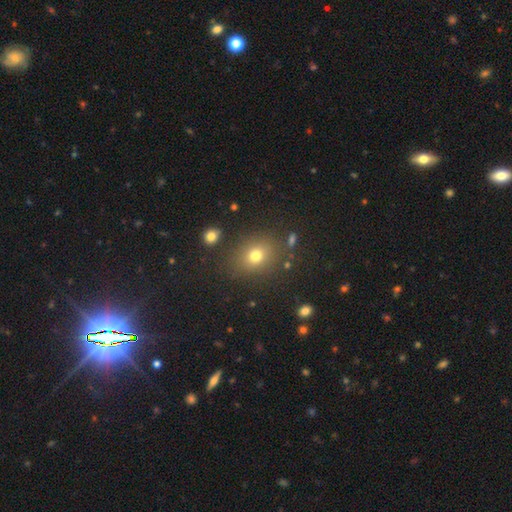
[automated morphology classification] Smooth or featured?
  - smooth: 73% *
  - star or artifact: 17%
  - featured or disk: 9%
How rounded?
  - round: 59% *
  - in between: 39%
  - cigar-shaped: 1%
Merging?
  - none: 81% *
  - minor disturbance: 11%
  - major disturbance: 4%
  - merger: 4%